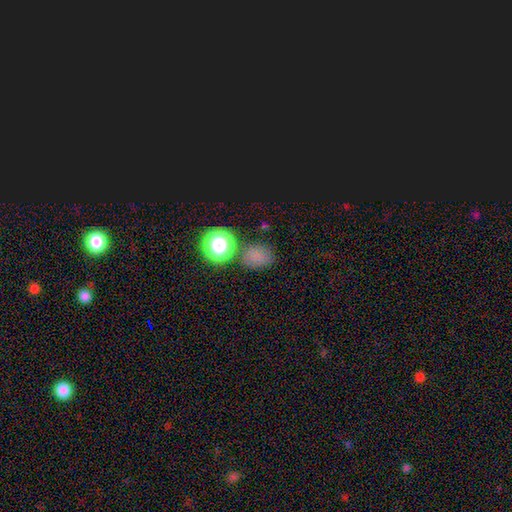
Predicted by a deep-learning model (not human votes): smooth 70%, star or artifact 24%, featured or disk 6%. Down the decision tree: how rounded — round (54%); merging — none (73%).